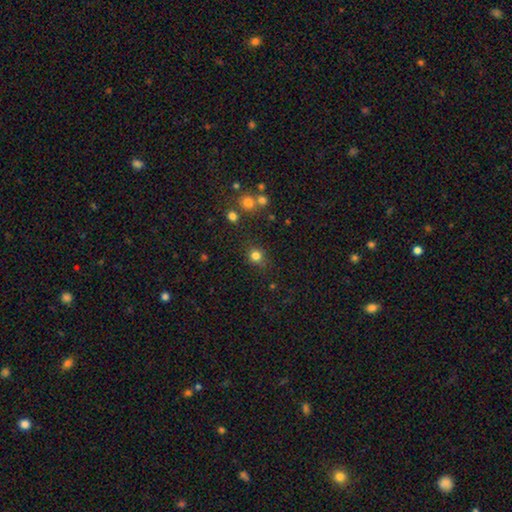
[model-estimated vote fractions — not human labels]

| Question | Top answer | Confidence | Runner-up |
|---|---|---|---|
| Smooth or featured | smooth | 79% | star or artifact (15%) |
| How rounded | round | 85% | in between (14%) |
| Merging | none | 81% | minor disturbance (11%) |